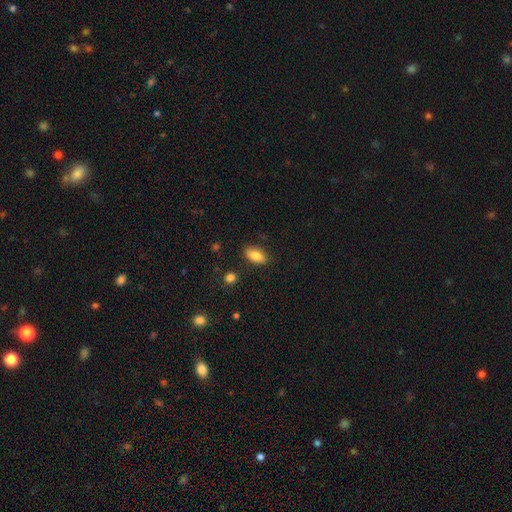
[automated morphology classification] smooth-or-featured: smooth: 86% | star or artifact: 8% | featured or disk: 6%
  how-rounded: in between: 90% | cigar-shaped: 6% | round: 4%
  merging: none: 84% | minor disturbance: 11% | major disturbance: 3% | merger: 2%